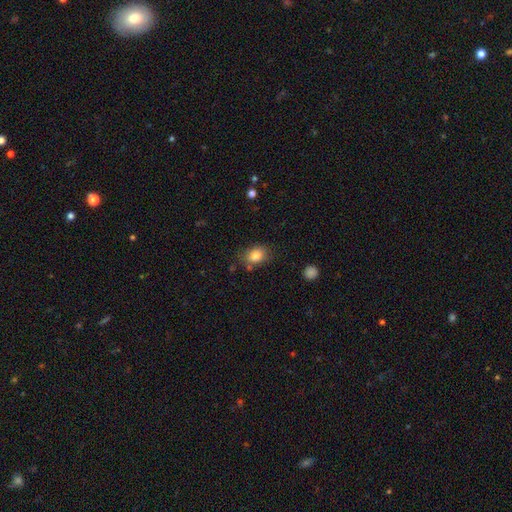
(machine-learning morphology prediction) Q: Smooth or featured?
A: smooth (83%); runner-up: star or artifact (9%)
Q: How rounded?
A: in between (64%); runner-up: round (34%)
Q: Merging?
A: none (74%); runner-up: minor disturbance (17%)